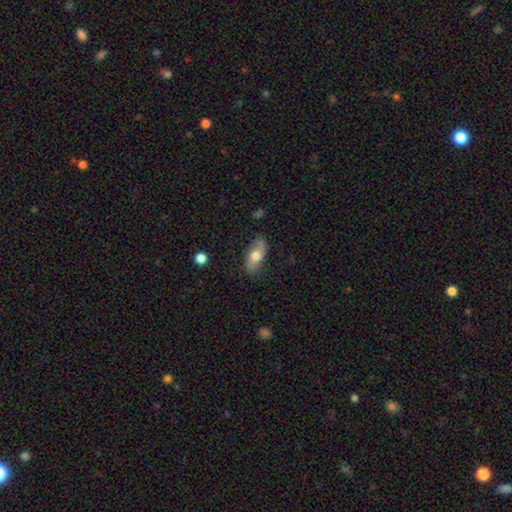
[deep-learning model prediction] Q: Smooth or featured?
A: smooth (61%); runner-up: featured or disk (33%)
Q: How rounded?
A: in between (84%); runner-up: cigar-shaped (11%)
Q: Merging?
A: none (79%); runner-up: minor disturbance (16%)